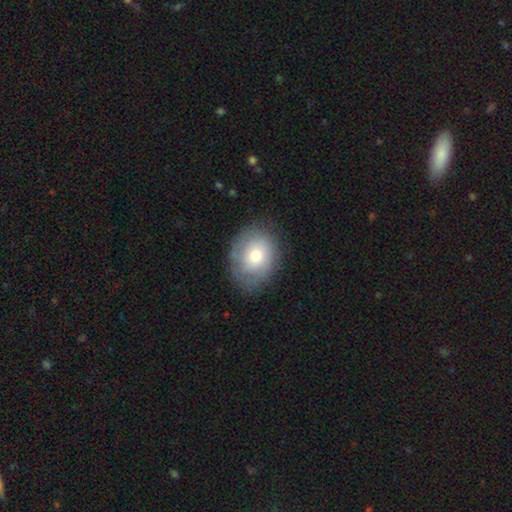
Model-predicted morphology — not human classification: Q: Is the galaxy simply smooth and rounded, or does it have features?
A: smooth — 66%.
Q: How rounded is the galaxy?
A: in between — 58%.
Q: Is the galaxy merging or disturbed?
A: none — 78%.